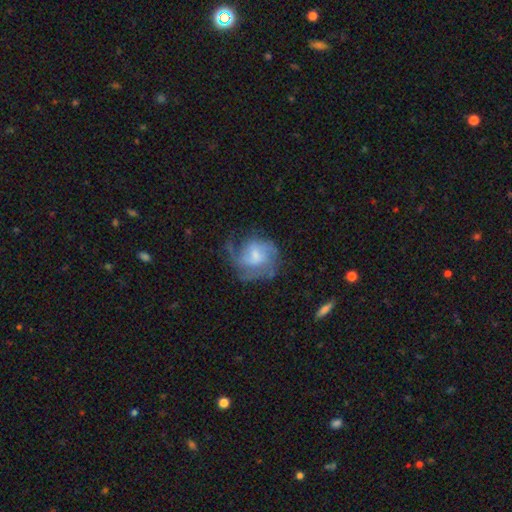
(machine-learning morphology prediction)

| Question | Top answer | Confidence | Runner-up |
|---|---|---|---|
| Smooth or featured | featured or disk | 67% | smooth (25%) |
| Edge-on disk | no | 98% | yes (2%) |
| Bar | weak | 47% | no (44%) |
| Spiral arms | yes | 83% | no (17%) |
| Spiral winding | medium | 43% | loose (29%) |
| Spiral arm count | can't tell | 32% | 2 (29%) |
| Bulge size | small | 40% | moderate (38%) |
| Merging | none | 46% | major disturbance (29%) |